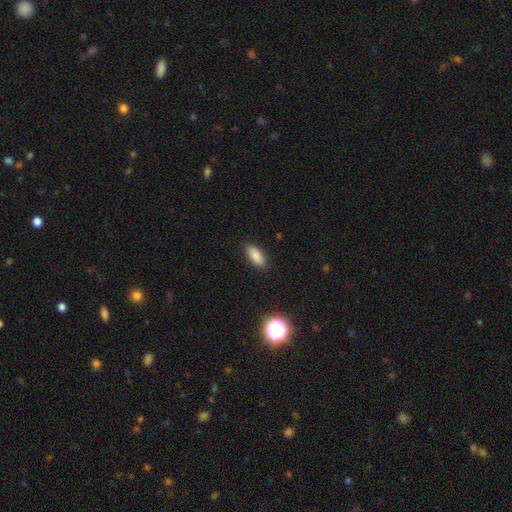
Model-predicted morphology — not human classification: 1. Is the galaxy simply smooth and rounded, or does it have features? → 85% smooth, 9% star or artifact, 6% featured or disk.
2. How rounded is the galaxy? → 87% in between, 10% cigar-shaped, 3% round.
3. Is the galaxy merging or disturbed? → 88% none, 9% minor disturbance, 2% major disturbance, 1% merger.